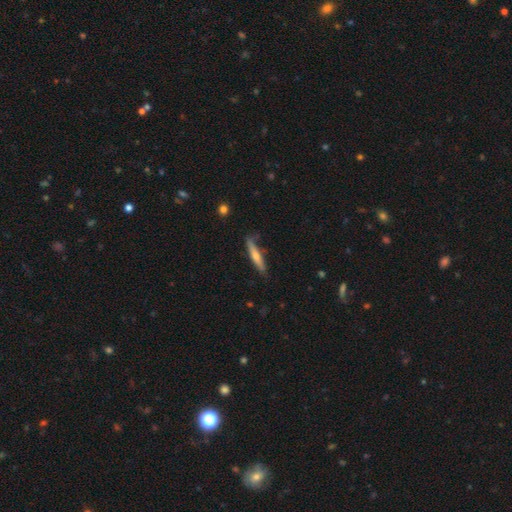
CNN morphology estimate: Smooth or featured? Predicted: smooth (p=0.48). Merging? Predicted: none (p=0.76).